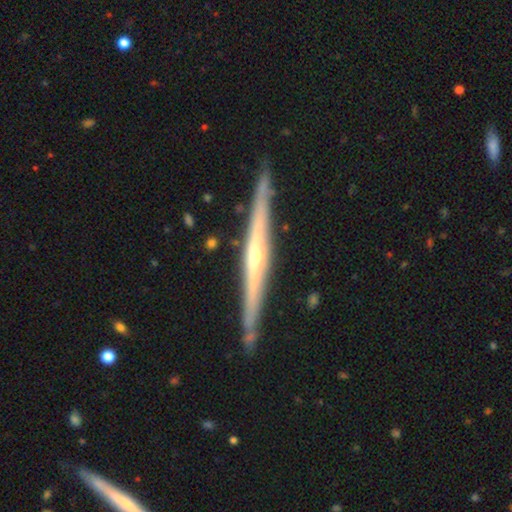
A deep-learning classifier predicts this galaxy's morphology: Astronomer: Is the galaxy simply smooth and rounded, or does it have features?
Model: featured or disk — 83%.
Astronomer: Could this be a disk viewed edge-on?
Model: yes — 98%.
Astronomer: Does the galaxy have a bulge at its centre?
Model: rounded — 70%.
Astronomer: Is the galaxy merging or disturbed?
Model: none — 89%.